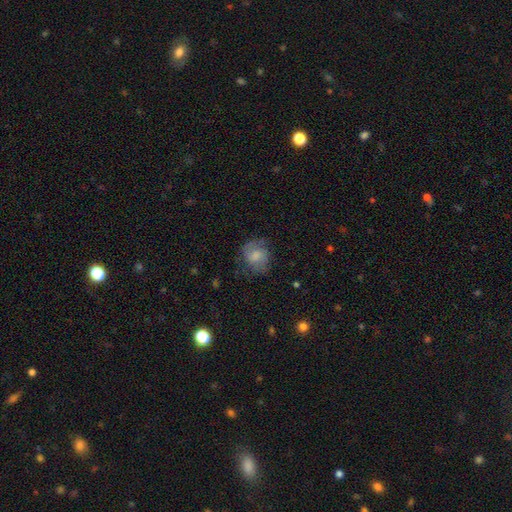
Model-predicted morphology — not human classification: This is likely a smooth galaxy (61%). How rounded: likely round (67%). Merging: likely none (62%).